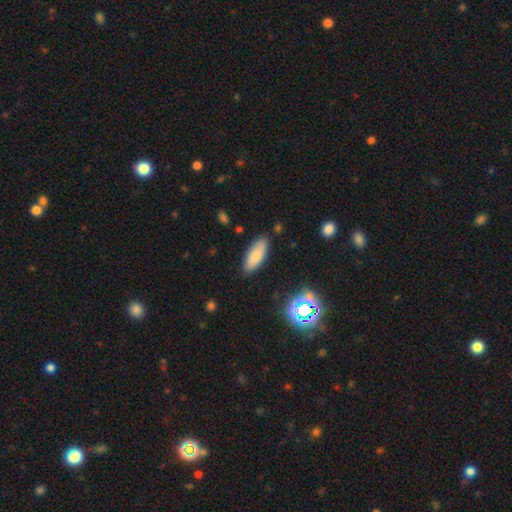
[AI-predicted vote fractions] smooth_or_featured: smooth (p=0.77) [alt: featured or disk p=0.14]
how_rounded: in between (p=0.77) [alt: cigar-shaped p=0.21]
merging: none (p=0.84) [alt: minor disturbance p=0.12]